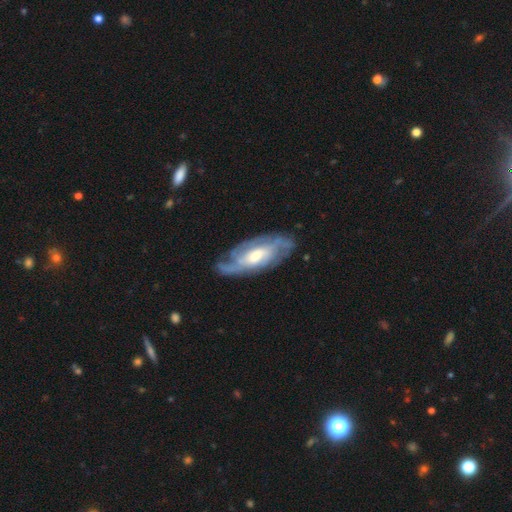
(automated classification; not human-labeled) Overall: featured or disk (82%). Edge-on disk: no (89%). Bar: no (47%; weak 39%). Spiral arms: yes (92%). Spiral arm count: can't tell (35%; 2 27%). Spiral winding: tight (50%; medium 38%). Bulge size: moderate (60%). Merging: none (72%).